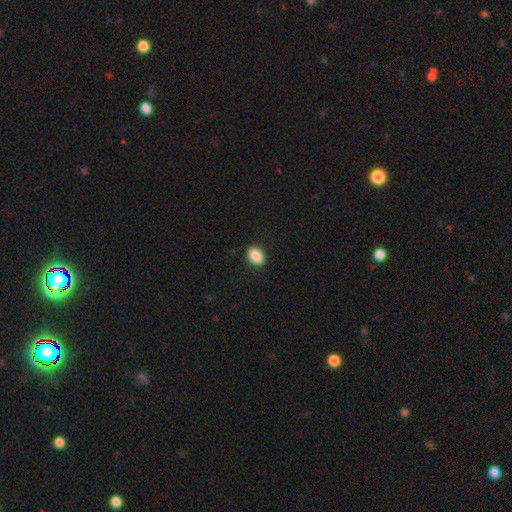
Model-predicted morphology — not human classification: Q: Smooth or featured?
A: smooth (89%); runner-up: star or artifact (8%)
Q: How rounded?
A: in between (71%); runner-up: round (28%)
Q: Merging?
A: none (90%); runner-up: minor disturbance (7%)